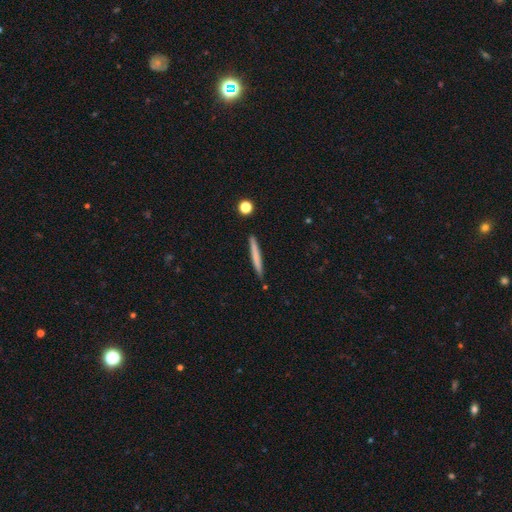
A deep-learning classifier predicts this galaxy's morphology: smooth_or_featured: smooth (p=0.66) [alt: featured or disk p=0.29]
how_rounded: cigar-shaped (p=0.96) [alt: in between p=0.02]
merging: none (p=0.89) [alt: minor disturbance p=0.08]